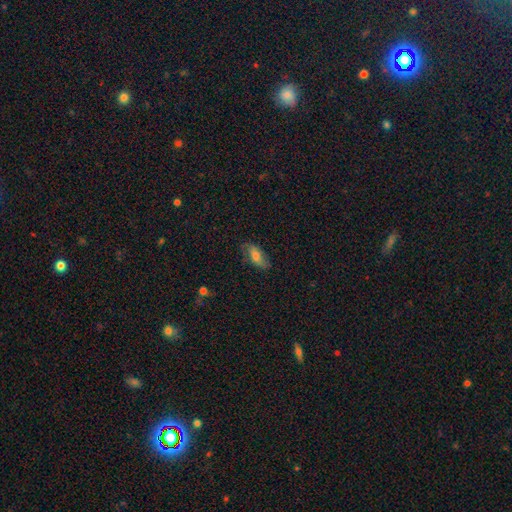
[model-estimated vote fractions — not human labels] smooth_or_featured: smooth (p=0.63) [alt: featured or disk p=0.29]
how_rounded: in between (p=0.84) [alt: cigar-shaped p=0.13]
merging: none (p=0.74) [alt: minor disturbance p=0.19]